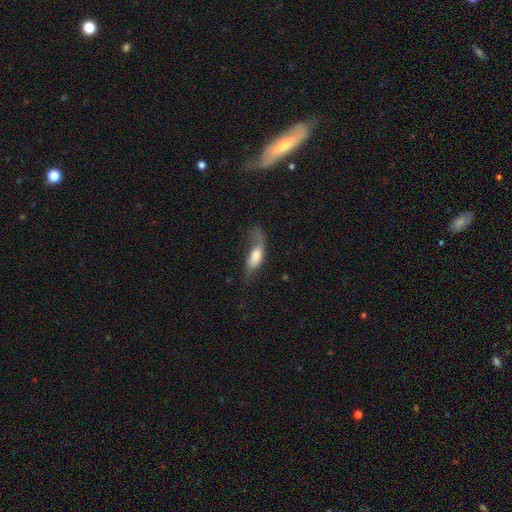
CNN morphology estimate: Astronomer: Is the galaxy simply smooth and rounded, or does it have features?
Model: smooth — 57% (runner-up: featured or disk, 36%).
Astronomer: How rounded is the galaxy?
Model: in between — 69%.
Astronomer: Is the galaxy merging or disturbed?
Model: major disturbance — 38% (runner-up: none, 32%).